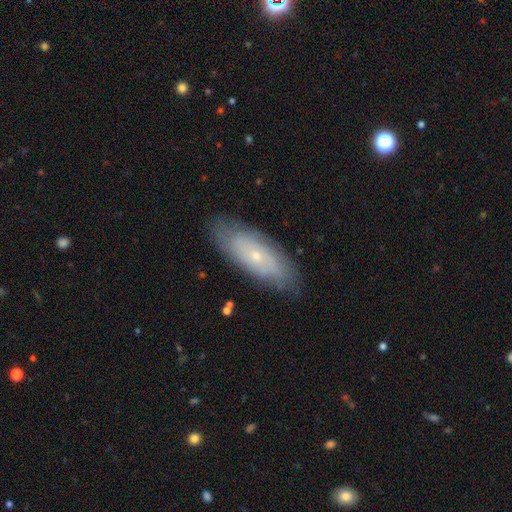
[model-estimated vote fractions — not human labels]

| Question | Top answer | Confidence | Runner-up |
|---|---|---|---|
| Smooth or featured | featured or disk | 54% | smooth (38%) |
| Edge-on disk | no | 82% | yes (18%) |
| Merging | none | 82% | minor disturbance (14%) |